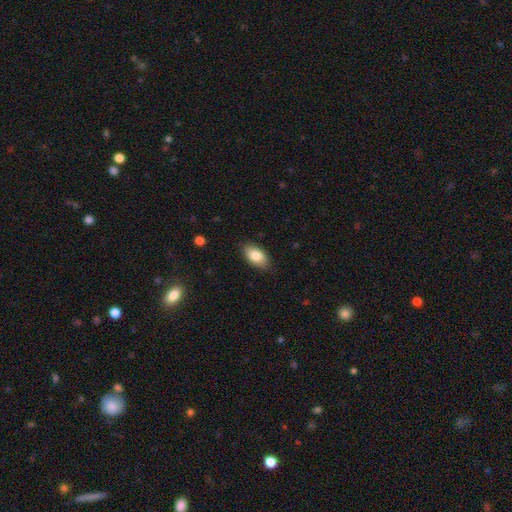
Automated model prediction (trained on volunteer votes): smooth_or_featured: smooth (p=0.83) [alt: featured or disk p=0.10]
how_rounded: in between (p=0.93) [alt: round p=0.04]
merging: none (p=0.85) [alt: minor disturbance p=0.12]